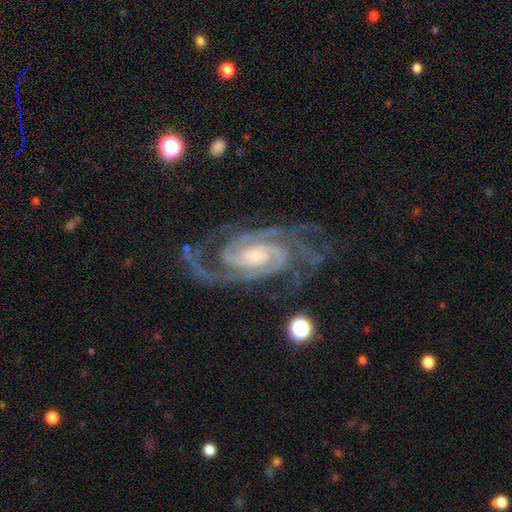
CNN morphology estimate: The model was most divided on "bar": no: 54%, weak: 30%, strong: 15%. More confident: spiral arms — yes (99%); edge-on disk — no (97%); smooth or featured — featured or disk (93%); merging — none (73%); spiral winding — tight (67%); bulge size — small (67%); spiral arm count — 2 (55%).